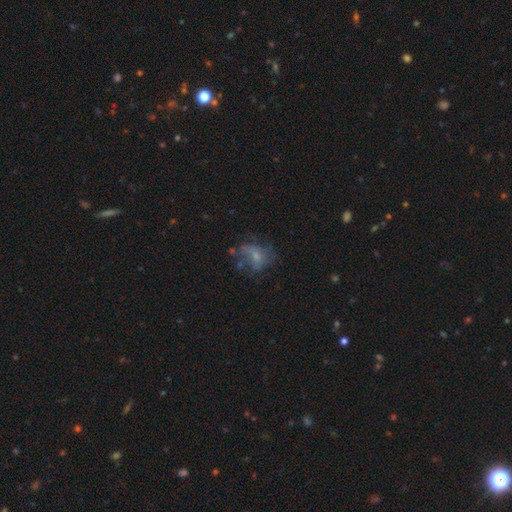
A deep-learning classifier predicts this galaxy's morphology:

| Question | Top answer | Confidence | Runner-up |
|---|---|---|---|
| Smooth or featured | featured or disk | 44% | smooth (42%) |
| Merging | none | 38% | major disturbance (32%) |